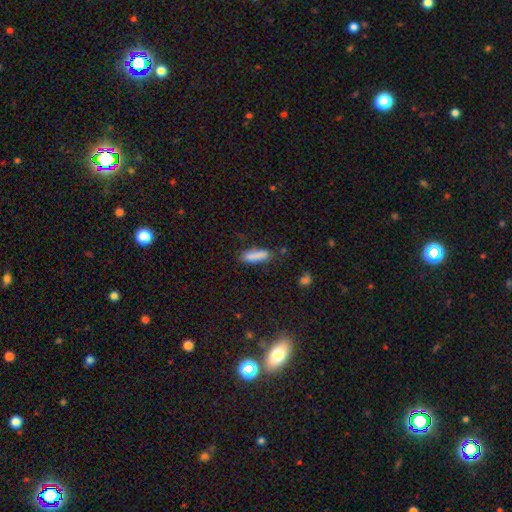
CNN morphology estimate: A smooth galaxy with no disk features (84%) that is cigar-shaped (64%). Merging: none (73%).